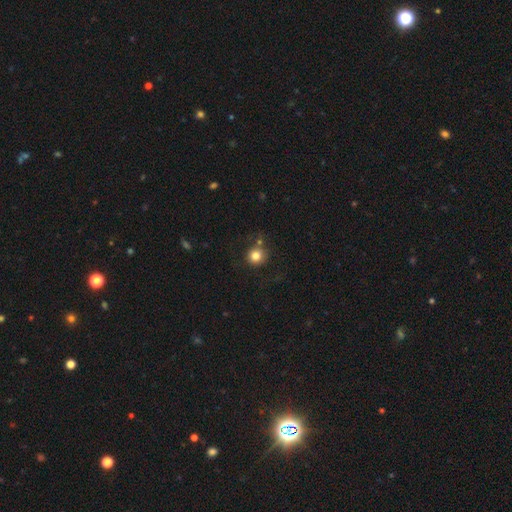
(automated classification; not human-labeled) Morphology: type=smooth (82%); roundness=round (92%); merging=none (78%).